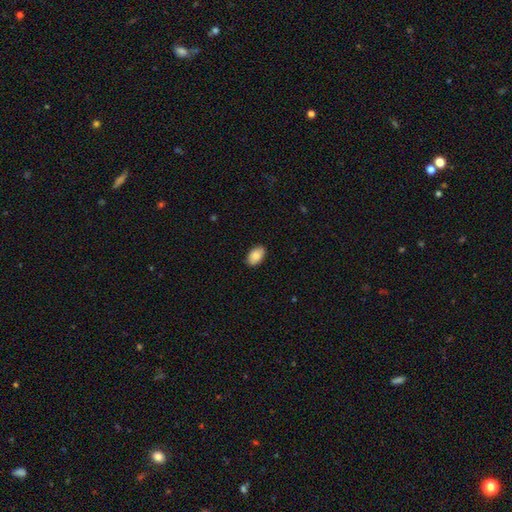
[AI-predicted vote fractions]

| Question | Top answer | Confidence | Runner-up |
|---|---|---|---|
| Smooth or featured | smooth | 85% | featured or disk (9%) |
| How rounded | in between | 93% | round (6%) |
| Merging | none | 87% | minor disturbance (10%) |